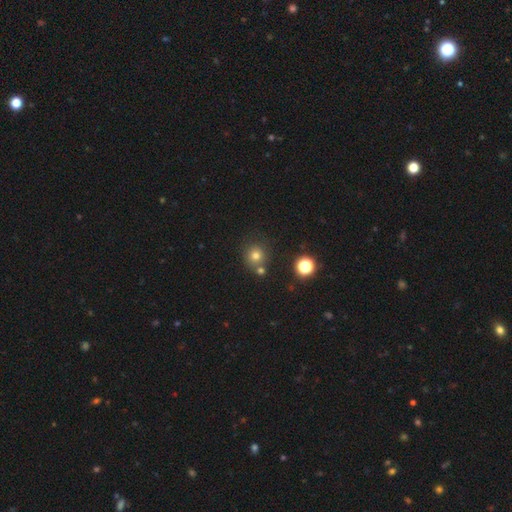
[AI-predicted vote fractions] smooth-or-featured: smooth: 74% | star or artifact: 17% | featured or disk: 8%
  how-rounded: round: 90% | in between: 9% | cigar-shaped: 1%
  merging: none: 70% | merger: 18% | minor disturbance: 9% | major disturbance: 3%